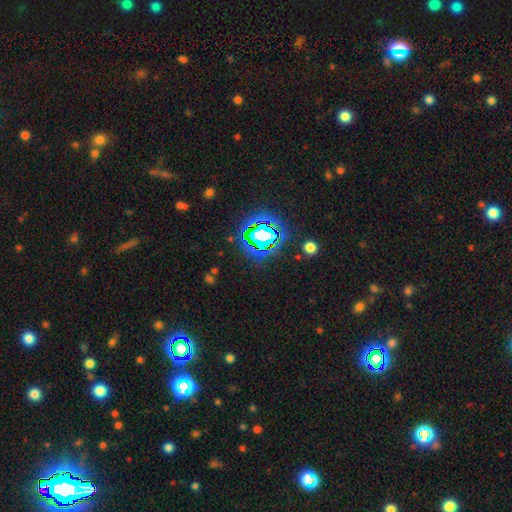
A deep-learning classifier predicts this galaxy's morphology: Smooth or featured? Predicted: star or artifact (p=0.79).